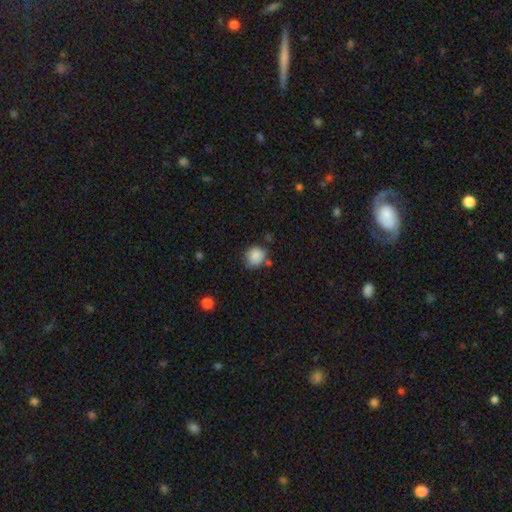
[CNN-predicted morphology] smooth-or-featured: smooth: 85% | star or artifact: 9% | featured or disk: 7%
  how-rounded: round: 82% | in between: 18% | cigar-shaped: 1%
  merging: none: 67% | minor disturbance: 21% | merger: 8% | major disturbance: 5%